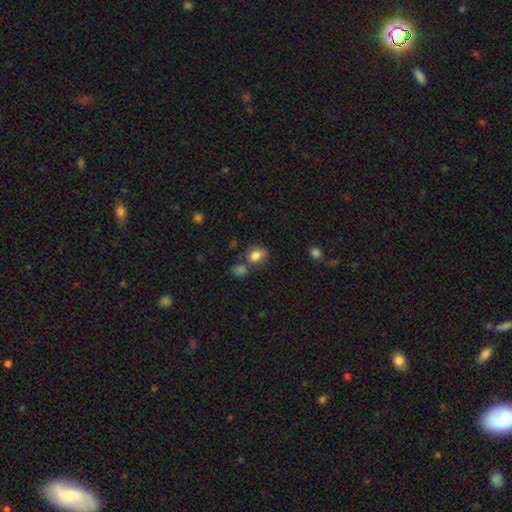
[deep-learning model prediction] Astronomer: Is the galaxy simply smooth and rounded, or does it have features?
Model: smooth — 82%.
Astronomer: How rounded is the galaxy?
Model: in between — 59% (runner-up: round, 40%).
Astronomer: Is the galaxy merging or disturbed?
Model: none — 58%.